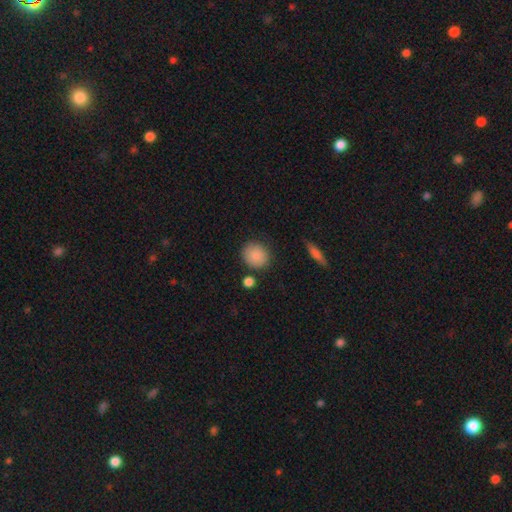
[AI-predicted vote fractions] A smooth galaxy with no disk features (88%) that is round (79%).

Vote fractions:
- Smooth or featured? smooth: 88% / star or artifact: 7% / featured or disk: 5%
- How rounded? round: 79% / in between: 20% / cigar-shaped: 1%
- Merging? none: 82% / minor disturbance: 11% / merger: 4% / major disturbance: 3%